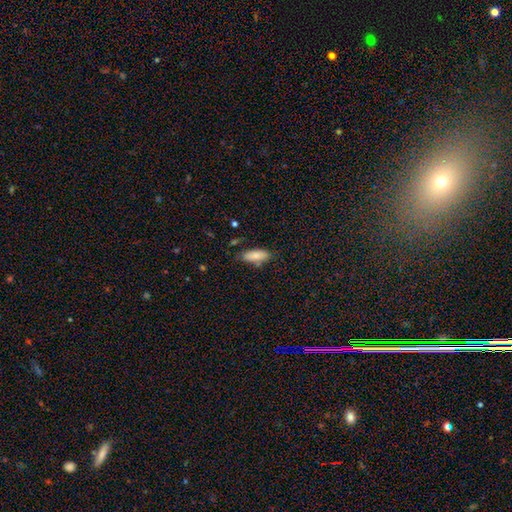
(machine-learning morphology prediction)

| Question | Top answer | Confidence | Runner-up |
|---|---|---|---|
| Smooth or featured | smooth | 82% | featured or disk (12%) |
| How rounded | in between | 76% | cigar-shaped (22%) |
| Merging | none | 72% | minor disturbance (19%) |